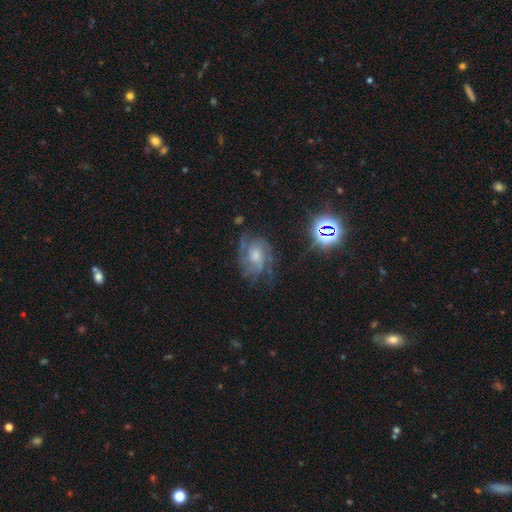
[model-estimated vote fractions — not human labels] Overall: featured or disk (74%). Edge-on disk: no (97%). Bar: no (68%). Spiral arms: yes (91%). Spiral arm count: can't tell (31%; 2 26%). Spiral winding: medium (44%; tight 42%). Bulge size: moderate (50%; small 26%). Merging: none (60%; minor disturbance 22%).